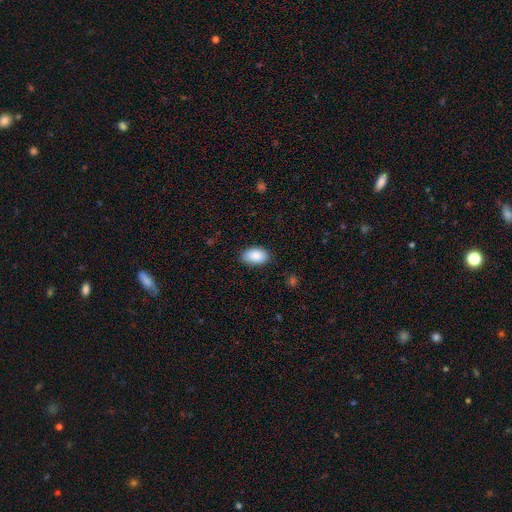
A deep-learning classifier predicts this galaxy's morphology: Smooth or featured: smooth — 89% (star or artifact — 7%)
How rounded: in between — 93% (round — 6%)
Merging: none — 85% (minor disturbance — 12%)